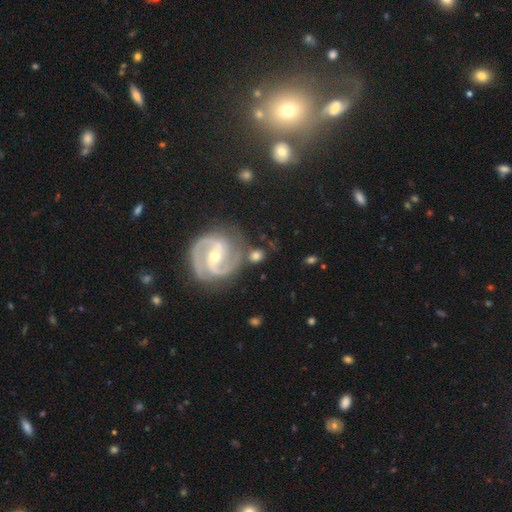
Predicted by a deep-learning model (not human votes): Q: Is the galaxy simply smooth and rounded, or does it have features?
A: featured or disk — 59%.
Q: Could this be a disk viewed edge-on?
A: no — 96%.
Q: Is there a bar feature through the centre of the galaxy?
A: weak — 41%.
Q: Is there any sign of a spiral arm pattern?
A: yes — 91%.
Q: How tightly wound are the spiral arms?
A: medium — 56%.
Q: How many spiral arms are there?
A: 2 — 87%.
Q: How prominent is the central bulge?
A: moderate — 55%.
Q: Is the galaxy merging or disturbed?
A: none — 70%.